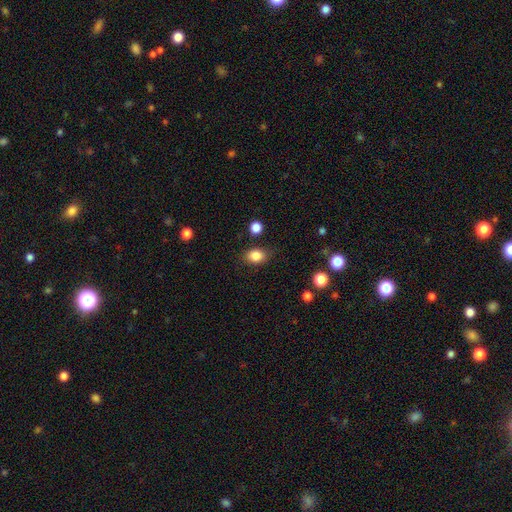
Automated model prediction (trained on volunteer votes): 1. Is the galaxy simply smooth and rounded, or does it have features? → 84% smooth, 10% star or artifact, 6% featured or disk.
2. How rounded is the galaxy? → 64% in between, 34% round, 1% cigar-shaped.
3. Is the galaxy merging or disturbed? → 80% none, 14% minor disturbance, 4% major disturbance, 3% merger.